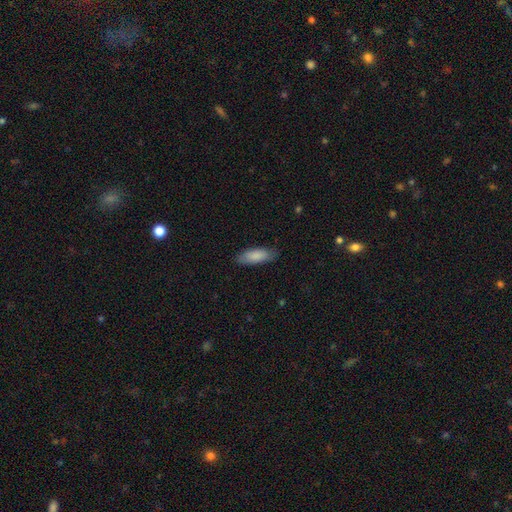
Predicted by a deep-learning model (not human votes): smooth_or_featured: smooth (p=0.87) [alt: featured or disk p=0.08]
how_rounded: in between (p=0.65) [alt: cigar-shaped p=0.33]
merging: none (p=0.82) [alt: minor disturbance p=0.14]